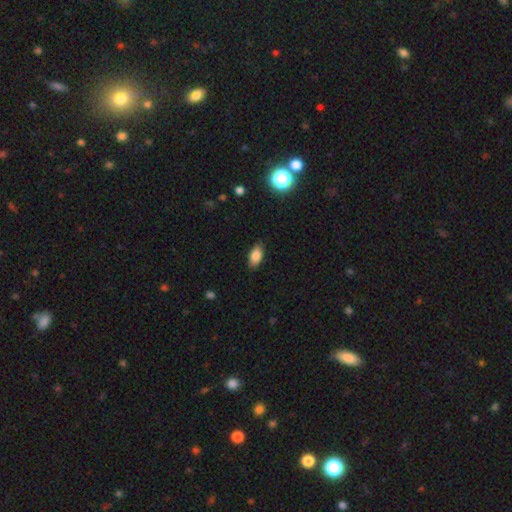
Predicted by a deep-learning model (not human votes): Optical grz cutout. It shows a smooth galaxy with no disk features (83%) that is in between round and cigar-shaped (90%). Merging: none (86%).